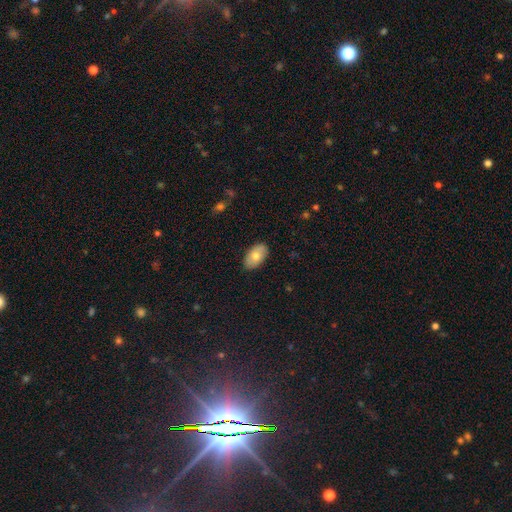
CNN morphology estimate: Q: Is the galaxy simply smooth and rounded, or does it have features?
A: smooth — 75%.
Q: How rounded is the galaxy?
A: in between — 94%.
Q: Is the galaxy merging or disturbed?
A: none — 87%.